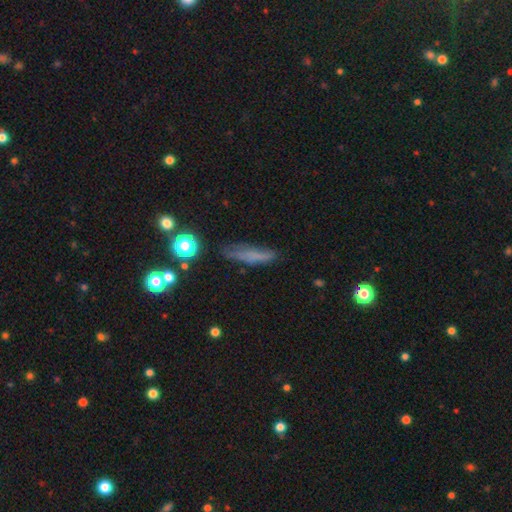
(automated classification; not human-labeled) Smooth or featured?
  - smooth: 65% *
  - featured or disk: 22%
  - star or artifact: 13%
How rounded?
  - cigar-shaped: 77% *
  - in between: 19%
  - round: 4%
Merging?
  - none: 65% *
  - minor disturbance: 23%
  - major disturbance: 9%
  - merger: 3%